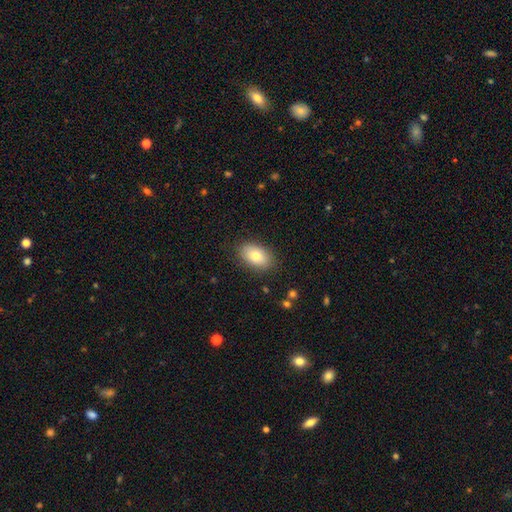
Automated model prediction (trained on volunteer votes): Overall: smooth (78%). How rounded: in between (90%). Merging: none (86%).